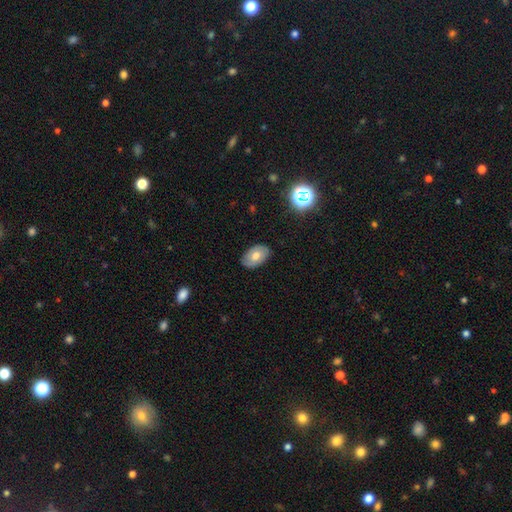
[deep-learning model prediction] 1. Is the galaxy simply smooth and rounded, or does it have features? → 60% smooth, 30% featured or disk, 9% star or artifact.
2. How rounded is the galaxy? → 89% in between, 9% round, 1% cigar-shaped.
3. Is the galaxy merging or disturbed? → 83% none, 14% minor disturbance, 3% major disturbance, 1% merger.